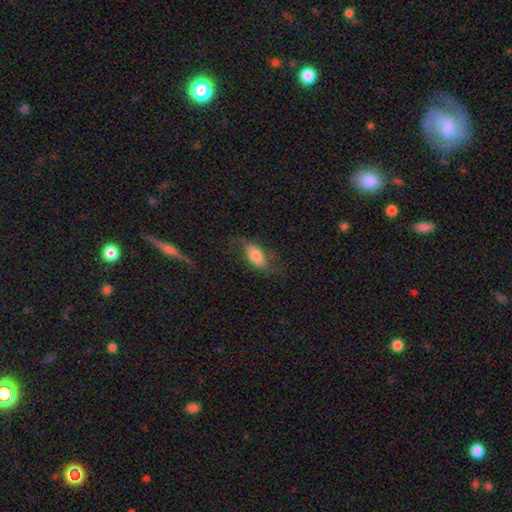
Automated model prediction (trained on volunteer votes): Smooth or featured: smooth — 61% (featured or disk — 31%)
How rounded: in between — 86% (cigar-shaped — 10%)
Merging: none — 55% (minor disturbance — 23%)